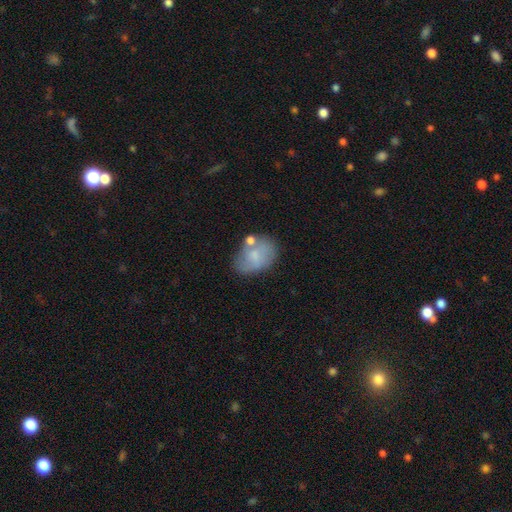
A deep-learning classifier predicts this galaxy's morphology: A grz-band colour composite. It shows a smooth galaxy with no disk features (64%) that is in between round and cigar-shaped (80%). Merging: none (50%).